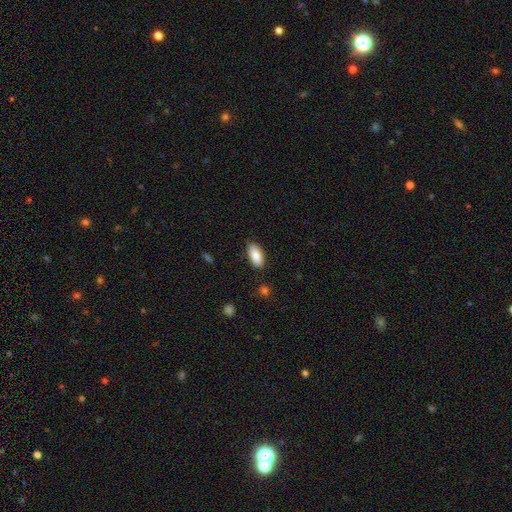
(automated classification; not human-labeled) Smooth or featured: smooth — 87% (featured or disk — 6%)
How rounded: in between — 90% (cigar-shaped — 7%)
Merging: none — 85% (minor disturbance — 12%)